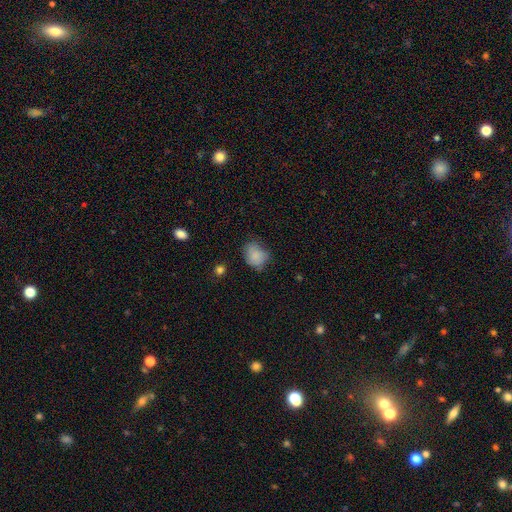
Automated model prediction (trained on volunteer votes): Smooth or featured? Predicted: smooth (p=0.82). How rounded? Predicted: in between (p=0.50). Merging? Predicted: none (p=0.58).